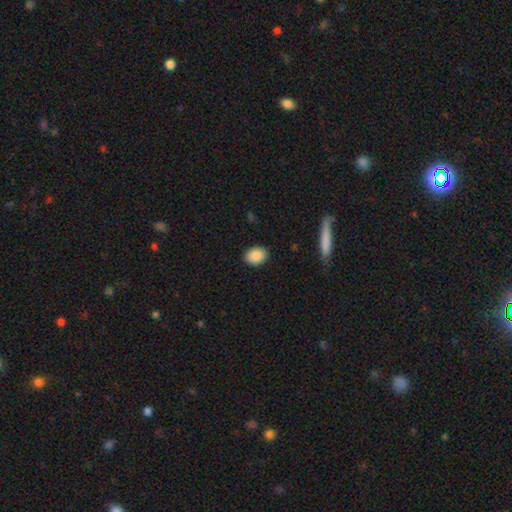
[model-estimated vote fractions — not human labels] smooth-or-featured: smooth: 89% | star or artifact: 7% | featured or disk: 4%
  how-rounded: in between: 73% | round: 26% | cigar-shaped: 1%
  merging: none: 89% | minor disturbance: 8% | major disturbance: 2% | merger: 1%